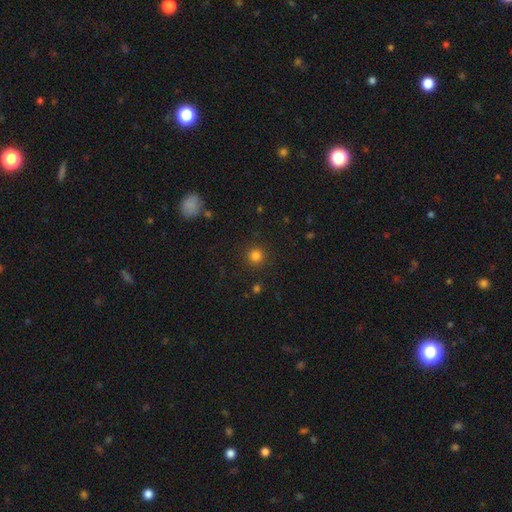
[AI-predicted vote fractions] Smooth or featured? smooth (81%)
How rounded? round (94%)
Merging? none (90%)